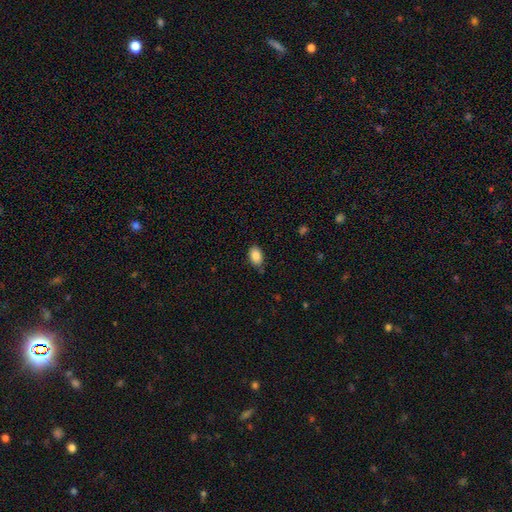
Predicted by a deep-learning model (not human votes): smooth 87%, star or artifact 8%, featured or disk 5%. Down the decision tree: how rounded — in between (88%); merging — none (81%).